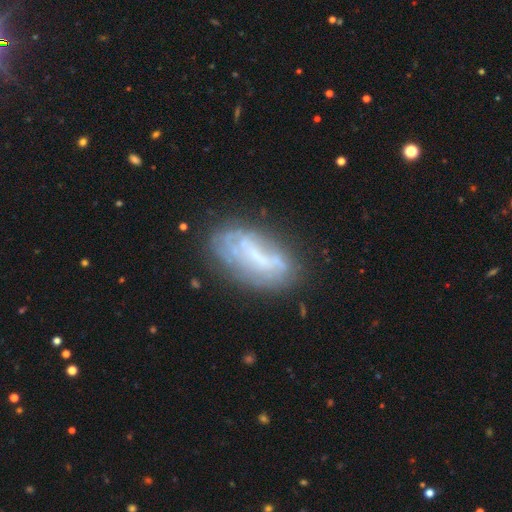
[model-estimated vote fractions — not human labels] Smooth or featured? Predicted: featured or disk (p=0.59). Edge-on disk? Predicted: no (p=0.90). Bar? Predicted: no (p=0.38). Spiral arms? Predicted: no (p=0.66). Bulge size? Predicted: none (p=0.47). Merging? Predicted: none (p=0.55).